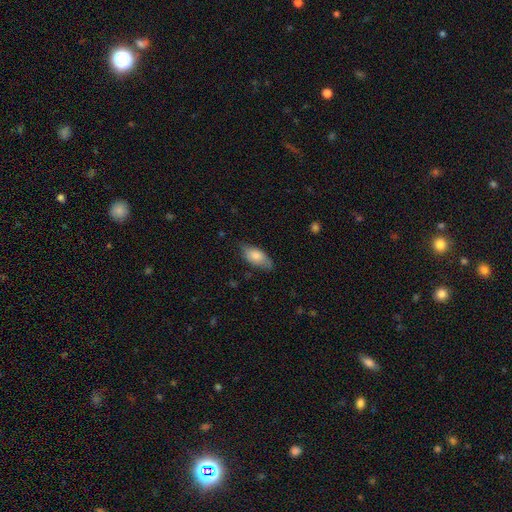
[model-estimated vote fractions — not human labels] Overall: smooth (77%). How rounded: in between (89%). Merging: none (67%; minor disturbance 27%).